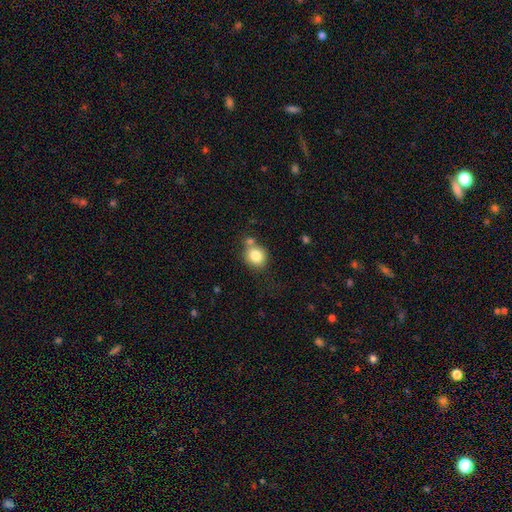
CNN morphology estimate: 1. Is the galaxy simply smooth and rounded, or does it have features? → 82% smooth, 10% star or artifact, 9% featured or disk.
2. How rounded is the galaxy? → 76% round, 23% in between, 1% cigar-shaped.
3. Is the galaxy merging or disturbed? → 62% none, 20% merger, 13% minor disturbance, 4% major disturbance.